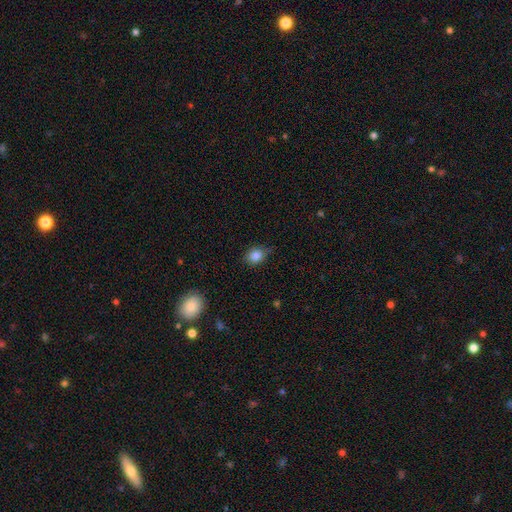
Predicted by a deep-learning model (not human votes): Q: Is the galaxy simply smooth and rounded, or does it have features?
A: smooth — 85%.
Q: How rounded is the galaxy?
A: round — 53%.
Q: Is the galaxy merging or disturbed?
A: none — 72%.